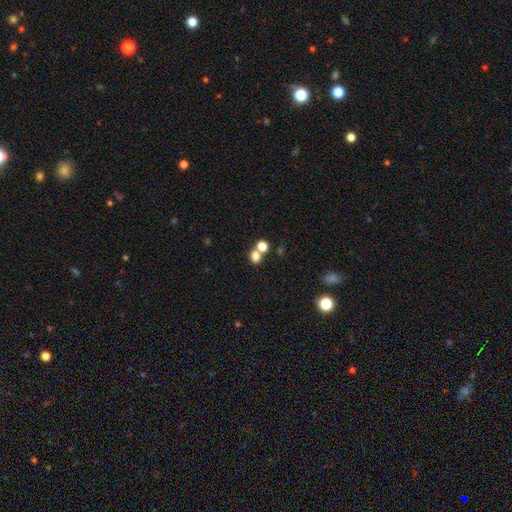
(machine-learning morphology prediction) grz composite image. It shows a smooth galaxy with no disk features (77%) that is round (70%). Merging: none (49%).